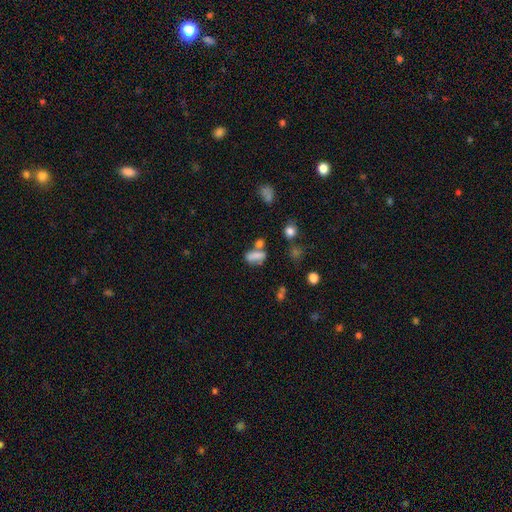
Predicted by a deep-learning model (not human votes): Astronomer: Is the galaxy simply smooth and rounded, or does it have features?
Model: smooth — 70%.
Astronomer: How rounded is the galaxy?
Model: in between — 75%.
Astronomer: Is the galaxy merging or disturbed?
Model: none — 40% (runner-up: merger, 32%).